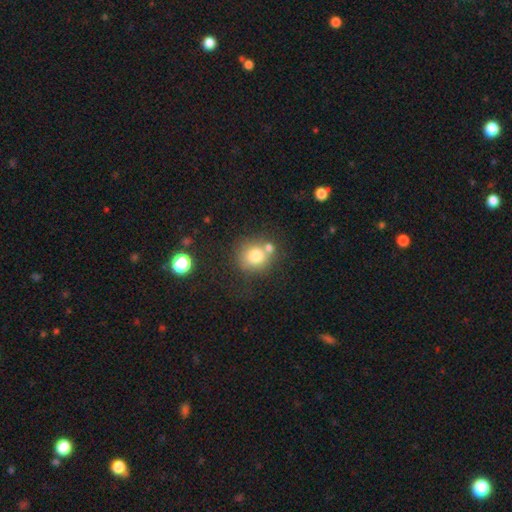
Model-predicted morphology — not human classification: A smooth galaxy with no disk features (77%) that is round (86%). Merging: none (57%).